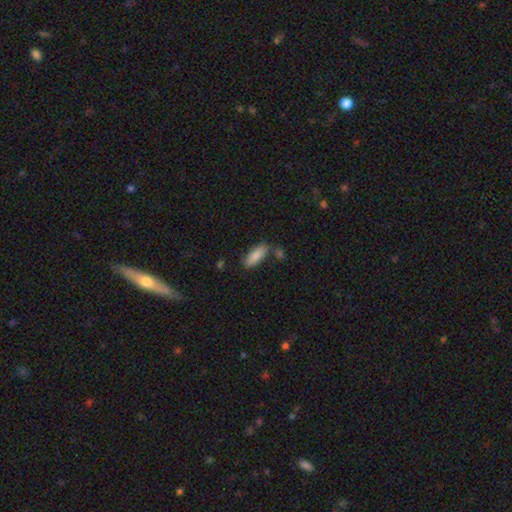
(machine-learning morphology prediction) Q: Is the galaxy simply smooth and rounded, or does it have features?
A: smooth — 85%.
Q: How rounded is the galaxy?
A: in between — 71%.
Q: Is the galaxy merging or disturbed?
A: none — 72%.